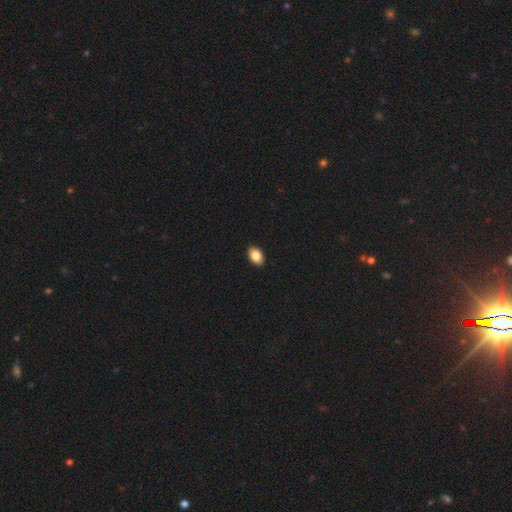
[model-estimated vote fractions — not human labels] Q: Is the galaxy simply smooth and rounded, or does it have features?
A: smooth — 85%.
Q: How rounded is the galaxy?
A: in between — 88%.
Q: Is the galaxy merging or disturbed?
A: none — 91%.